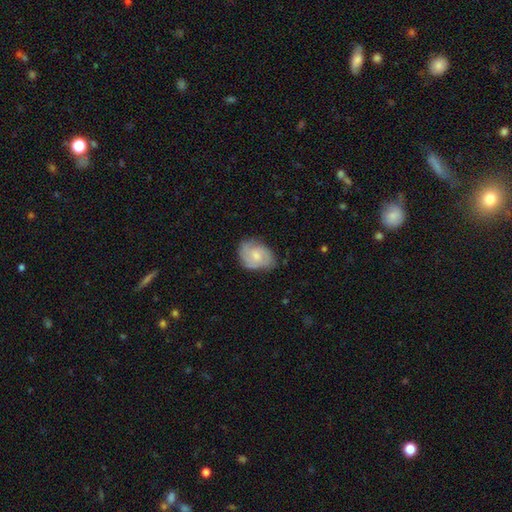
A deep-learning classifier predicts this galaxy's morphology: The model was most divided on "bulge size": moderate: 48%, small: 38%, none: 8%, large: 5%, dominant: 1%. More confident: edge-on disk — no (97%); spiral arms — yes (85%); merging — none (62%); bar — no (60%); smooth or featured — featured or disk (52%).